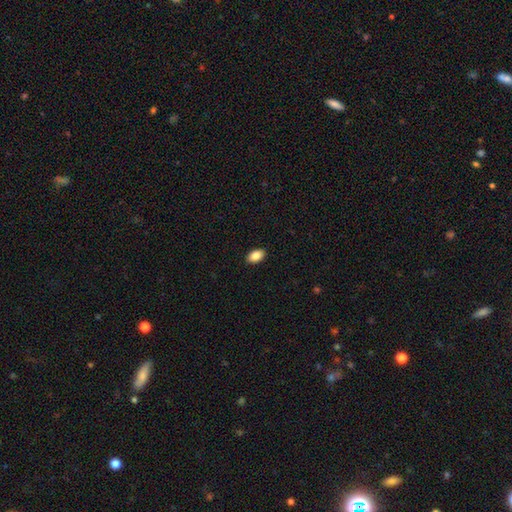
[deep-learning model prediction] This is clearly a smooth galaxy (88%). How rounded: clearly in between (92%). Merging: clearly none (90%).